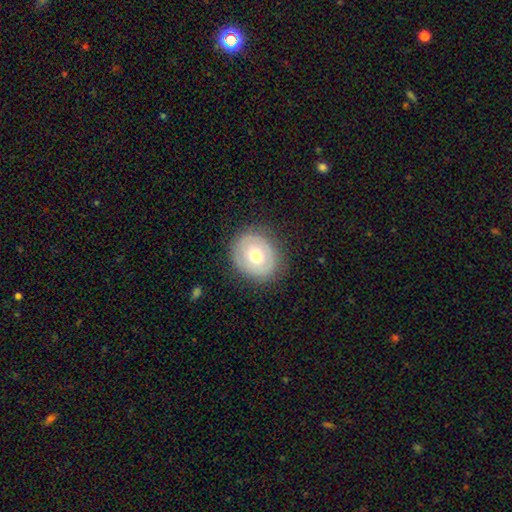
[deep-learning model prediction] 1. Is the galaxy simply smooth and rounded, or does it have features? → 56% smooth, 37% featured or disk, 7% star or artifact.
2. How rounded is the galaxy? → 65% round, 34% in between, 1% cigar-shaped.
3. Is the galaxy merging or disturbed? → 81% none, 13% minor disturbance, 5% major disturbance, 1% merger.